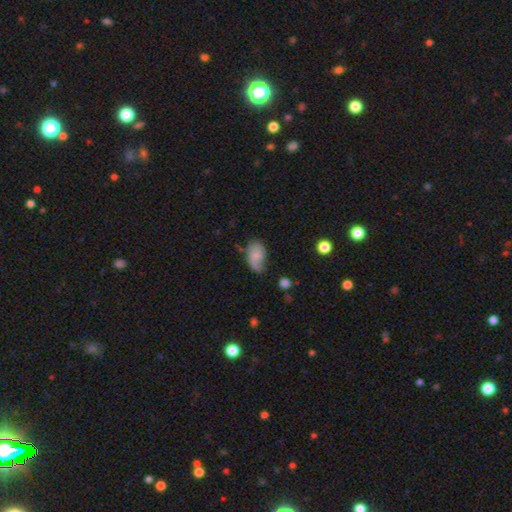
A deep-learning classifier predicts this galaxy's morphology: Smooth or featured?
  - smooth: 55% *
  - featured or disk: 37%
  - star or artifact: 8%
How rounded?
  - in between: 88% *
  - round: 11%
  - cigar-shaped: 1%
Merging?
  - none: 46% *
  - minor disturbance: 34%
  - major disturbance: 16%
  - merger: 4%